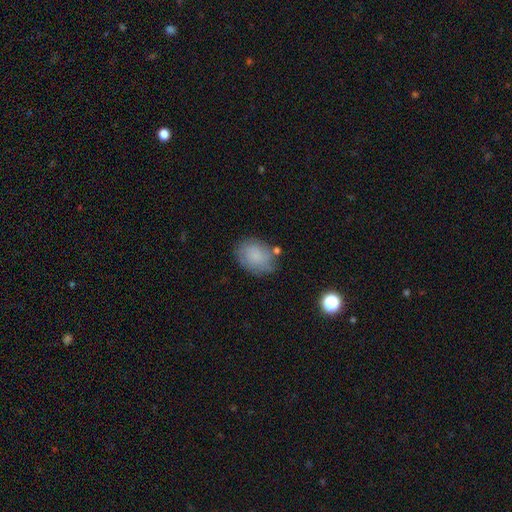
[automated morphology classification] Smooth or featured? smooth (75%)
How rounded? in between (66%)
Merging? none (66%)